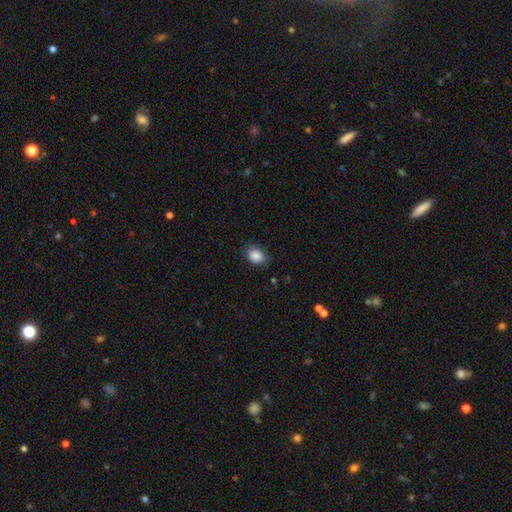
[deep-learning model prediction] The model was most divided on "how rounded": in between: 64%, round: 35%, cigar-shaped: 1%. More confident: smooth or featured — smooth (88%); merging — none (77%).